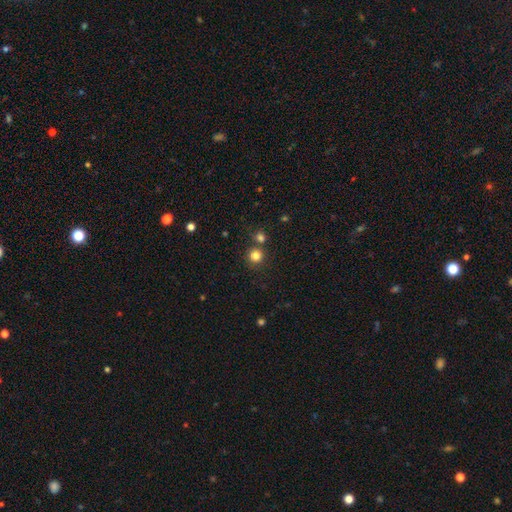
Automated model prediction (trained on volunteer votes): Smooth or featured? Predicted: smooth (p=0.81). How rounded? Predicted: round (p=0.94). Merging? Predicted: none (p=0.77).